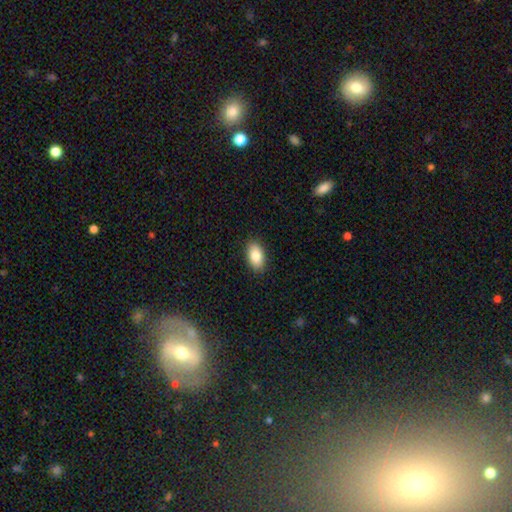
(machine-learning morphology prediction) A smooth galaxy with no disk features (84%) that is in between round and cigar-shaped (93%).

Vote fractions:
- Smooth or featured? smooth: 84% / featured or disk: 9% / star or artifact: 7%
- How rounded? in between: 93% / round: 5% / cigar-shaped: 2%
- Merging? none: 89% / minor disturbance: 8% / major disturbance: 2% / merger: 1%